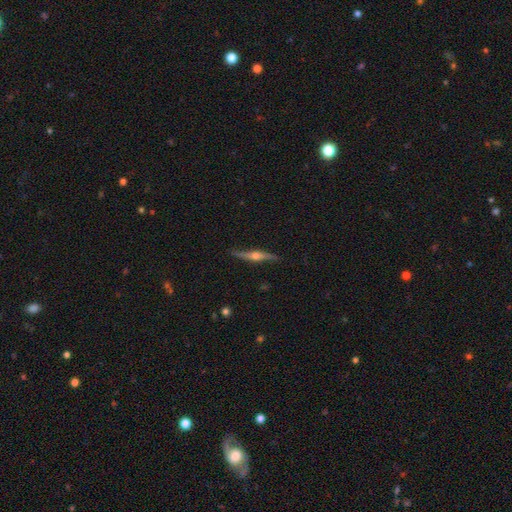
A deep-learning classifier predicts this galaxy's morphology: The model was most divided on "smooth or featured": featured or disk: 81%, smooth: 14%, star or artifact: 5%. More confident: edge-on disk — yes (95%); edge-on bulge — rounded (93%); merging — none (84%).